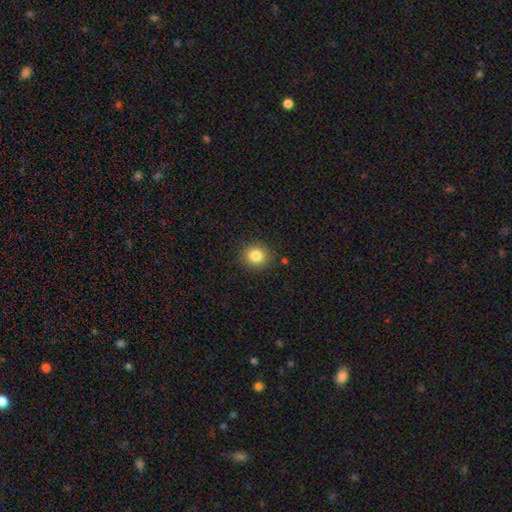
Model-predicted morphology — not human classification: This is clearly a smooth galaxy (83%). How rounded: clearly round (86%). Merging: clearly none (88%).